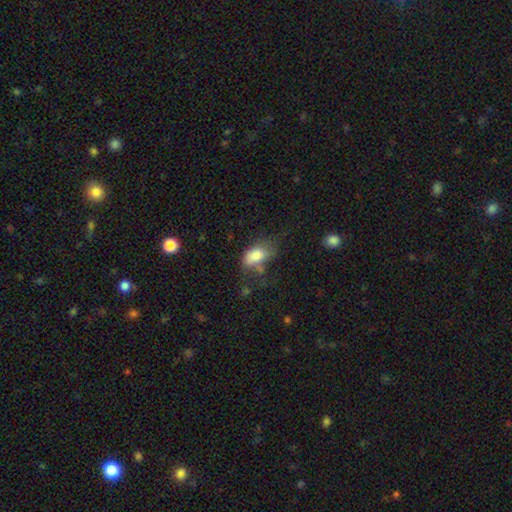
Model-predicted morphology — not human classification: This is likely a smooth galaxy (78%). How rounded: clearly in between (89%). Merging: marginally none (37%).